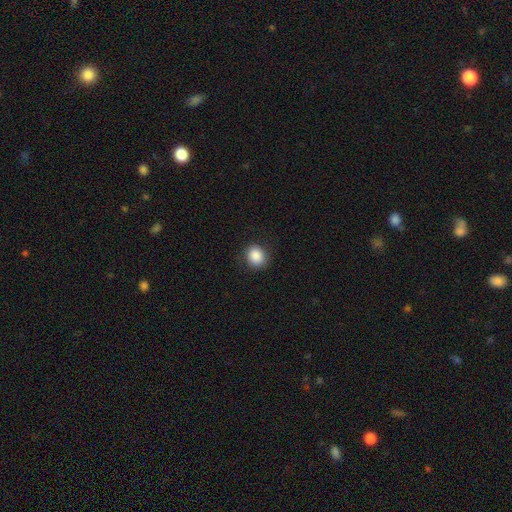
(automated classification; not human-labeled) Q: Smooth or featured?
A: smooth (88%); runner-up: star or artifact (8%)
Q: How rounded?
A: round (66%); runner-up: in between (33%)
Q: Merging?
A: none (87%); runner-up: minor disturbance (10%)